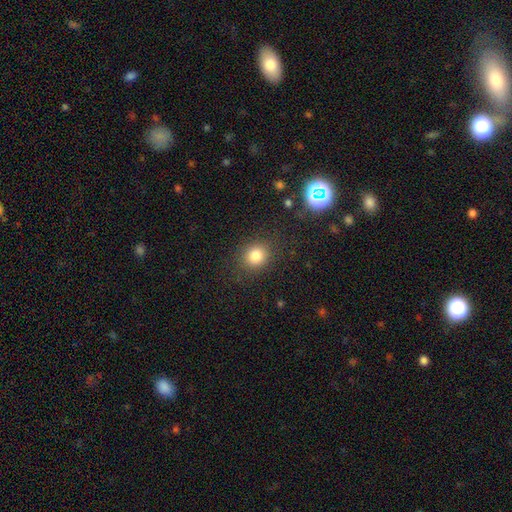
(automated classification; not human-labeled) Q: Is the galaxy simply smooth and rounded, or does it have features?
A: smooth — 82%.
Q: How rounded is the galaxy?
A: round — 76%.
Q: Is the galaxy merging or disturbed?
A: none — 85%.